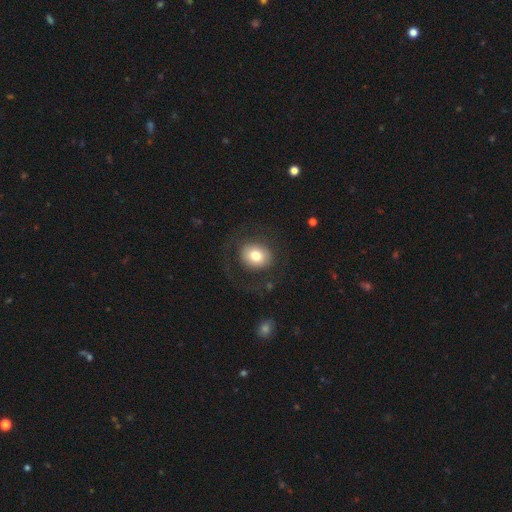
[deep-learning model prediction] Smooth or featured: smooth — 74% (featured or disk — 18%)
How rounded: round — 73% (in between — 26%)
Merging: none — 75% (major disturbance — 13%)